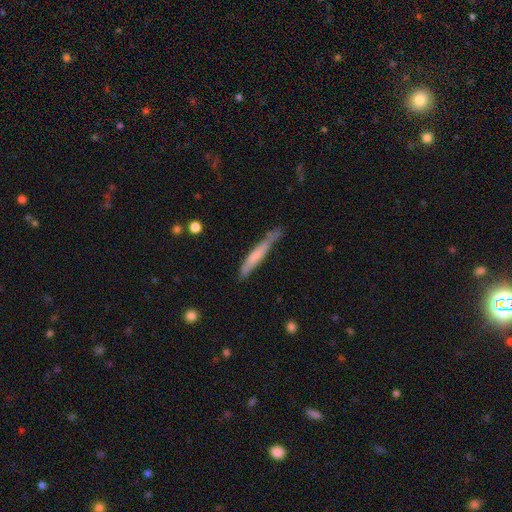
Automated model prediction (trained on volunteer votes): Smooth or featured: smooth — 58% (featured or disk — 36%)
How rounded: cigar-shaped — 95% (in between — 4%)
Merging: none — 62% (minor disturbance — 27%)